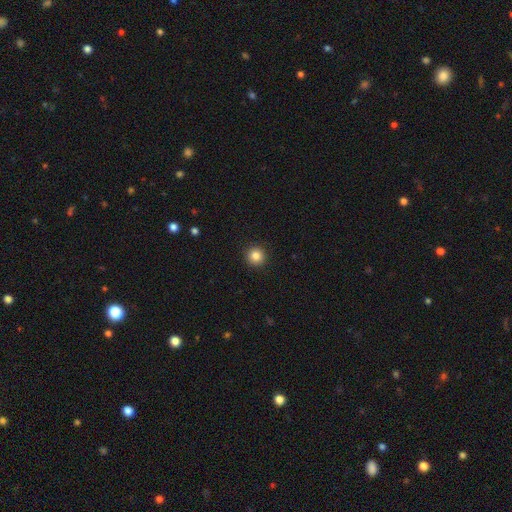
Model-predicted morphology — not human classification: smooth 85%, star or artifact 11%, featured or disk 5%. Down the decision tree: how rounded — round (95%); merging — none (93%).